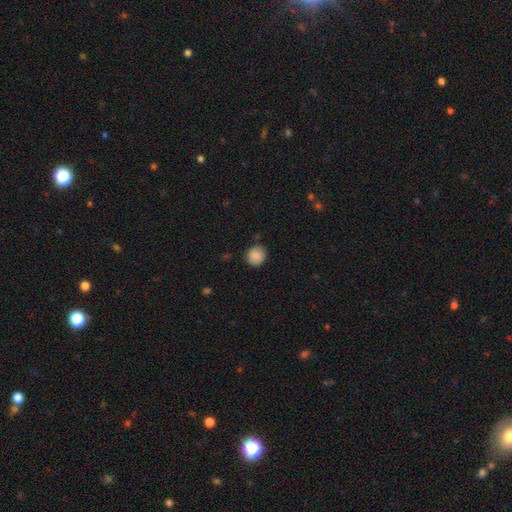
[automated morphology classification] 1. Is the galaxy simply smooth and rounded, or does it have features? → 87% smooth, 8% star or artifact, 5% featured or disk.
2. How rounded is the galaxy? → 85% round, 14% in between, 1% cigar-shaped.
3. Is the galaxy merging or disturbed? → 83% none, 13% minor disturbance, 3% major disturbance, 1% merger.